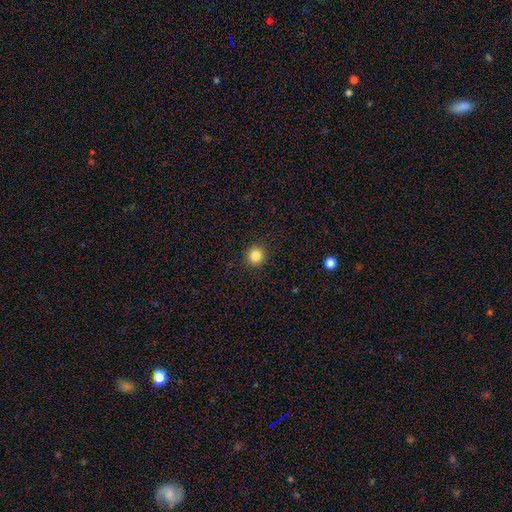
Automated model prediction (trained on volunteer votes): Q: Smooth or featured?
A: smooth (84%); runner-up: star or artifact (11%)
Q: How rounded?
A: round (92%); runner-up: in between (7%)
Q: Merging?
A: none (92%); runner-up: minor disturbance (5%)